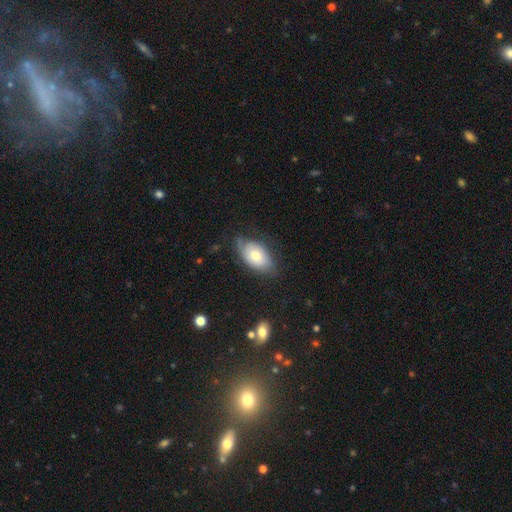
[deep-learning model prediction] Morphology: type=smooth (58%); roundness=in between (90%); merging=none (61%).